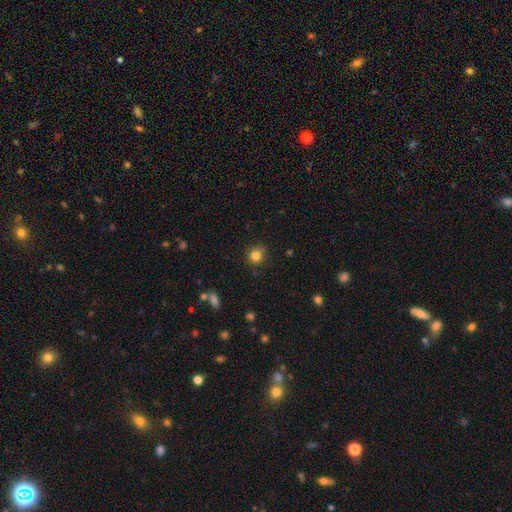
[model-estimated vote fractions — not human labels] Smooth or featured? Predicted: smooth (p=0.83). How rounded? Predicted: round (p=0.89). Merging? Predicted: none (p=0.82).